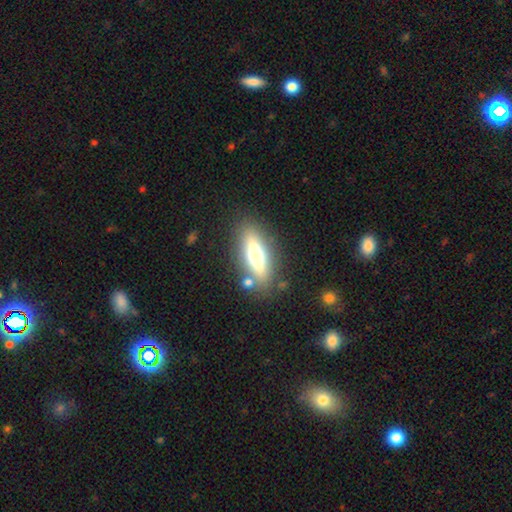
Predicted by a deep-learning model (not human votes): smooth_or_featured: smooth (p=0.49) [alt: featured or disk p=0.43]
merging: none (p=0.81) [alt: minor disturbance p=0.10]